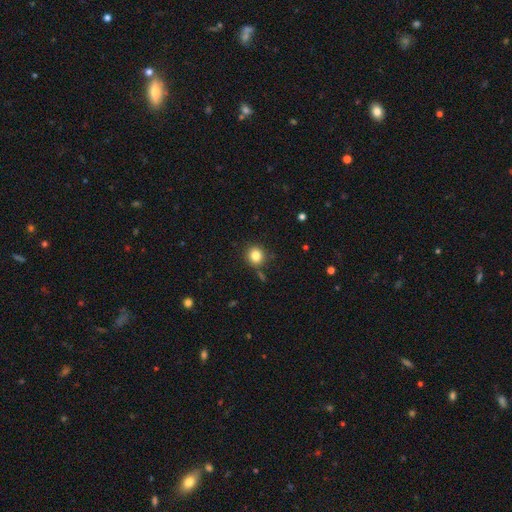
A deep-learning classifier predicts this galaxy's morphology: Smooth or featured?
  - smooth: 83% *
  - star or artifact: 11%
  - featured or disk: 6%
How rounded?
  - round: 88% *
  - in between: 11%
  - cigar-shaped: 1%
Merging?
  - none: 82% *
  - minor disturbance: 11%
  - merger: 4%
  - major disturbance: 3%